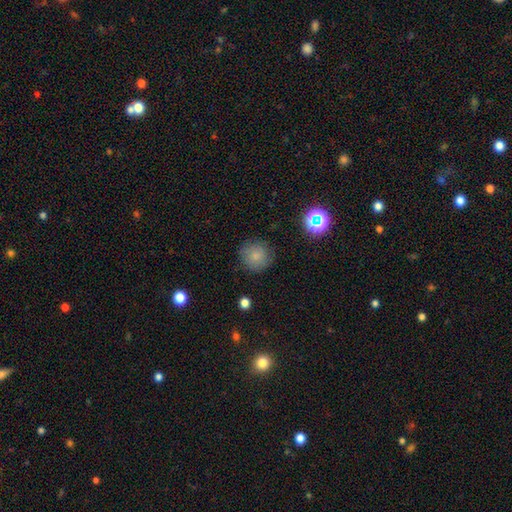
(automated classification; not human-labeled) Q: Smooth or featured?
A: smooth (80%); runner-up: star or artifact (12%)
Q: How rounded?
A: round (93%); runner-up: in between (6%)
Q: Merging?
A: none (85%); runner-up: minor disturbance (10%)